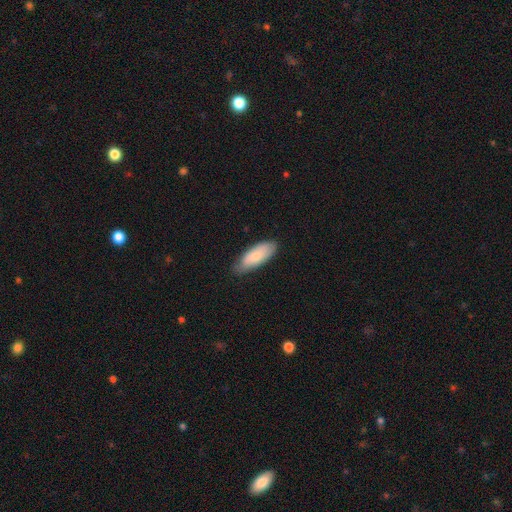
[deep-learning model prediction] Smooth or featured? smooth (78%)
How rounded? in between (77%)
Merging? none (77%)